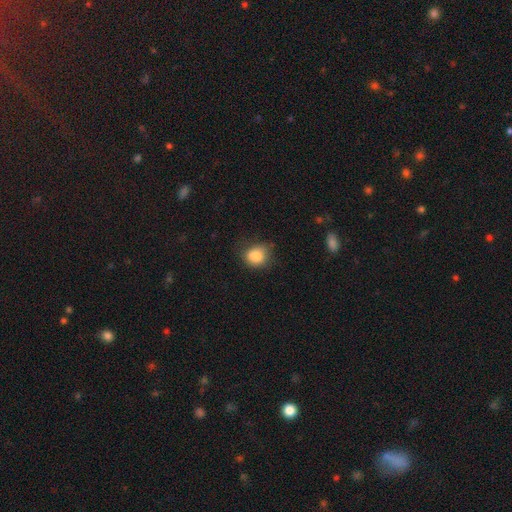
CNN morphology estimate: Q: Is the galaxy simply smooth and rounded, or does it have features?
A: smooth — 85%.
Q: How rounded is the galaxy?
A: round — 58%.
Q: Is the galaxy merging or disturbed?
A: none — 65%.